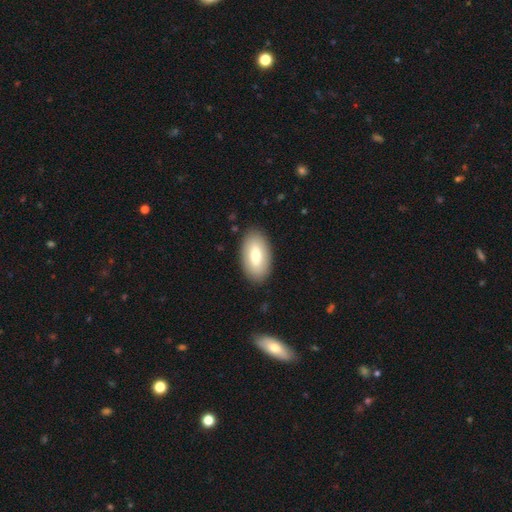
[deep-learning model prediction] smooth-or-featured: smooth: 75% | featured or disk: 19% | star or artifact: 6%
  how-rounded: in between: 94% | cigar-shaped: 3% | round: 3%
  merging: none: 87% | minor disturbance: 9% | major disturbance: 3% | merger: 1%